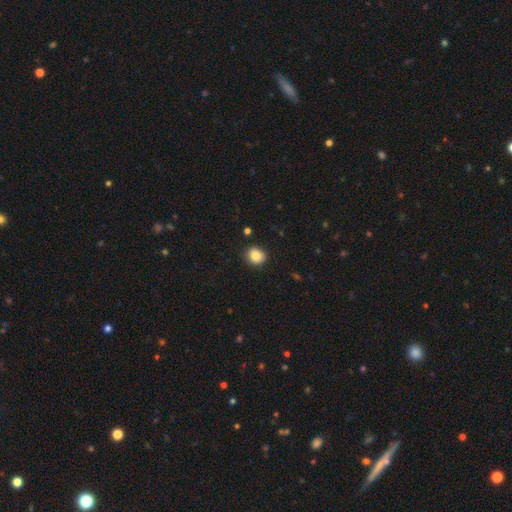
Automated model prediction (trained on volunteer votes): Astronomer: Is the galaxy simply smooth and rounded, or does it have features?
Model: smooth — 85%.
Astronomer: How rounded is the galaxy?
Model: round — 75%.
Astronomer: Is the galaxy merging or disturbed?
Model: none — 87%.